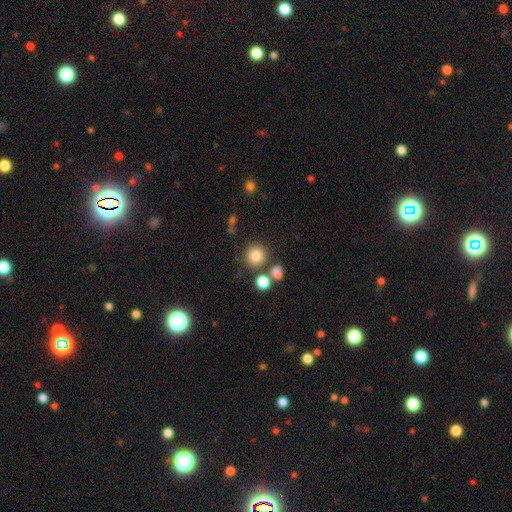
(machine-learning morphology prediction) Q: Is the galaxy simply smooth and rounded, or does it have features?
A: smooth — 81%.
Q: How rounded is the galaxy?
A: round — 91%.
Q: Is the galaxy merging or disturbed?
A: none — 76%.